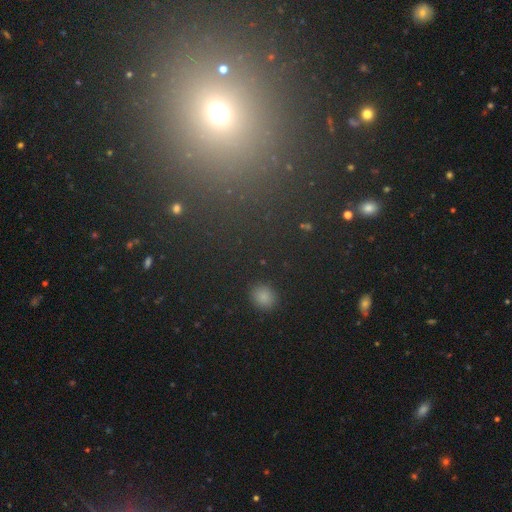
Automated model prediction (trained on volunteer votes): smooth-or-featured: star or artifact: 49% | smooth: 43% | featured or disk: 8%